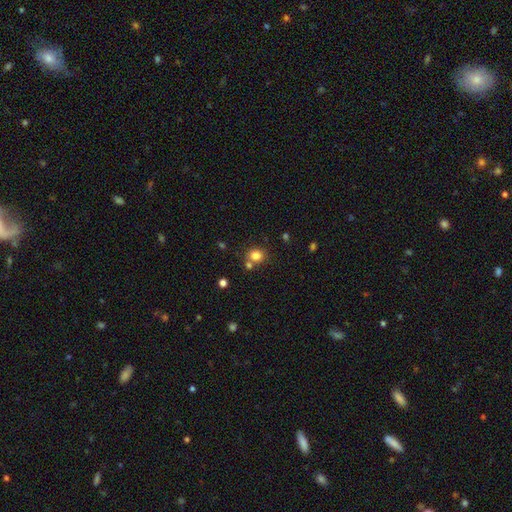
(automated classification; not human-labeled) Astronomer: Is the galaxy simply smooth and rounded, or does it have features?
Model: smooth — 81%.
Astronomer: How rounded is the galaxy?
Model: round — 79%.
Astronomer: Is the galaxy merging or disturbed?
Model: none — 67%.